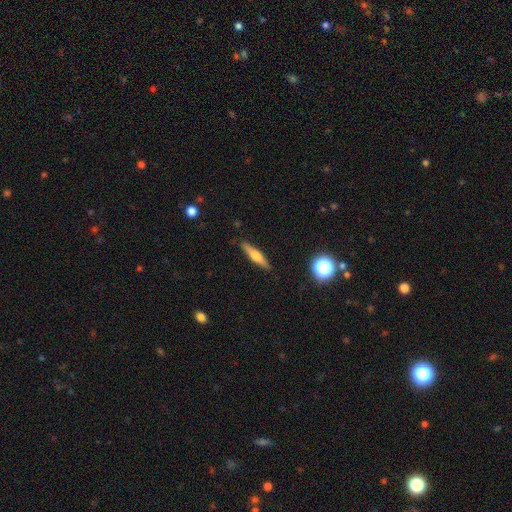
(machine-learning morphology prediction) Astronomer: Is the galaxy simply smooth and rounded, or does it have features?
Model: featured or disk — 48% (runner-up: smooth, 45%).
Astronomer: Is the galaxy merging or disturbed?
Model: none — 89%.